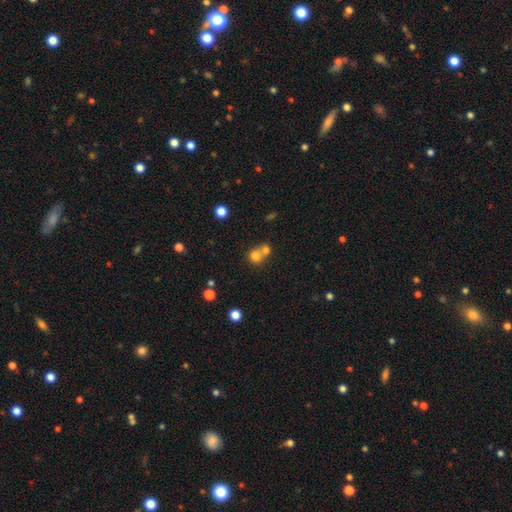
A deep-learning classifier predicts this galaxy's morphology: Smooth or featured? Predicted: smooth (p=0.75). How rounded? Predicted: round (p=0.83). Merging? Predicted: merger (p=0.55).